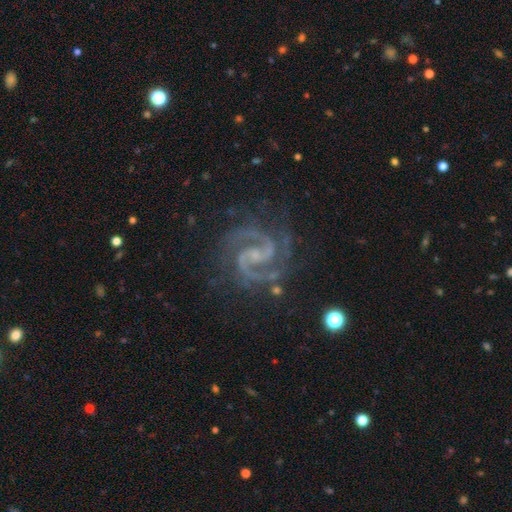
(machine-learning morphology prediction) featured or disk 93%, star or artifact 5%, smooth 2%. Down the decision tree: edge-on disk — no (98%); bar — weak (45%); spiral arms — yes (99%); spiral arm count — 2 (92%); spiral winding — medium (58%); bulge size — small (62%); merging — none (78%).